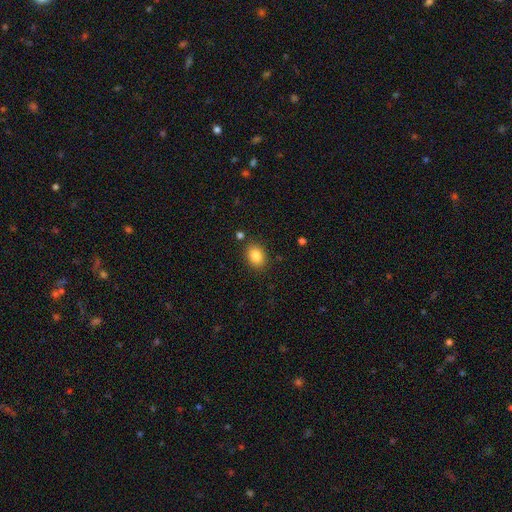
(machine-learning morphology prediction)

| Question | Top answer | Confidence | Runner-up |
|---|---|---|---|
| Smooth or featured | smooth | 85% | star or artifact (9%) |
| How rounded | in between | 68% | round (31%) |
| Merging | none | 85% | minor disturbance (10%) |